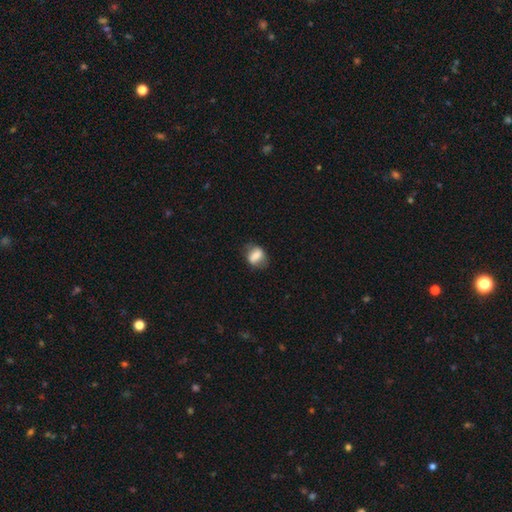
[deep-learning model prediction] Overall: smooth (70%). How rounded: in between (63%; round 33%). Merging: none (70%).